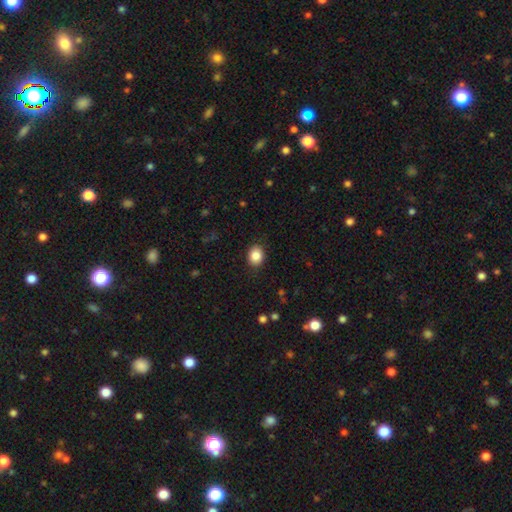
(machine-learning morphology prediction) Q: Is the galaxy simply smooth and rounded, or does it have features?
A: smooth — 86%.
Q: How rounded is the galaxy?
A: round — 52%.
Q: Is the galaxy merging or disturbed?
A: none — 88%.